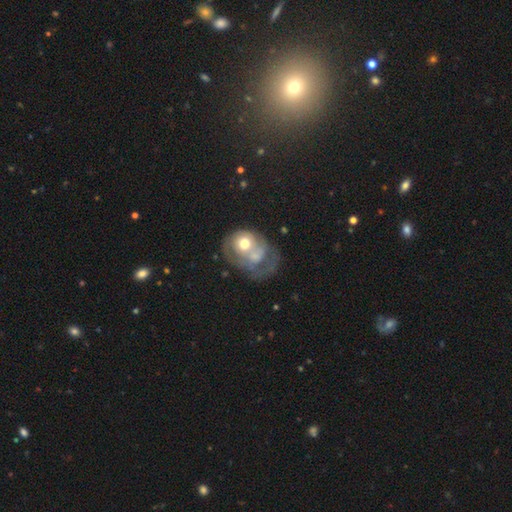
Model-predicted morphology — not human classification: featured or disk 49%, smooth 44%, star or artifact 7%. Down the decision tree: merging — merger (45%).